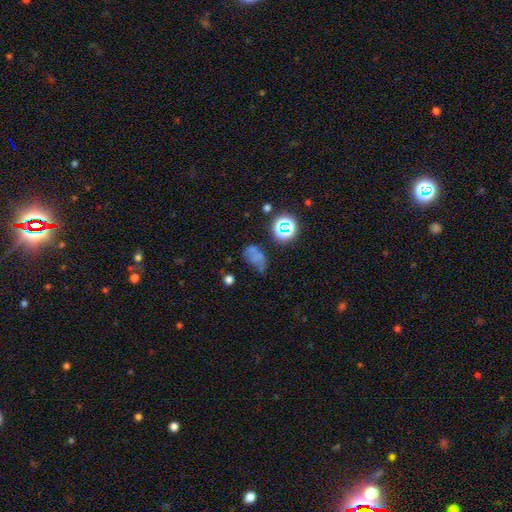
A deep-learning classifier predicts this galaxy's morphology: Smooth or featured? Predicted: smooth (p=0.49). Merging? Predicted: none (p=0.34).